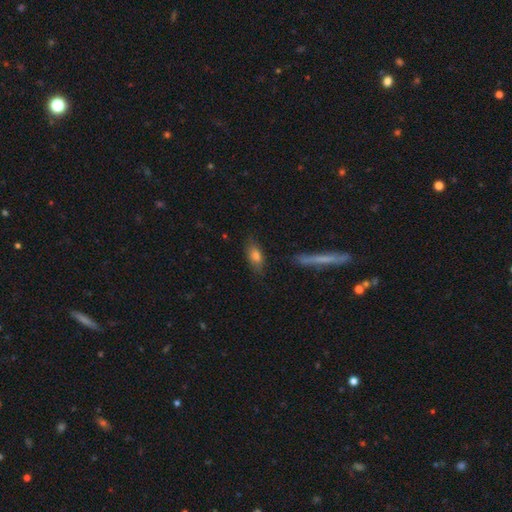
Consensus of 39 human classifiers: smooth_or_featured: smooth (p=0.67) [alt: featured or disk p=0.31]
how_rounded: in between (p=0.65) [alt: cigar-shaped p=0.31]
merging: none (p=0.71) [alt: minor disturbance p=0.21]